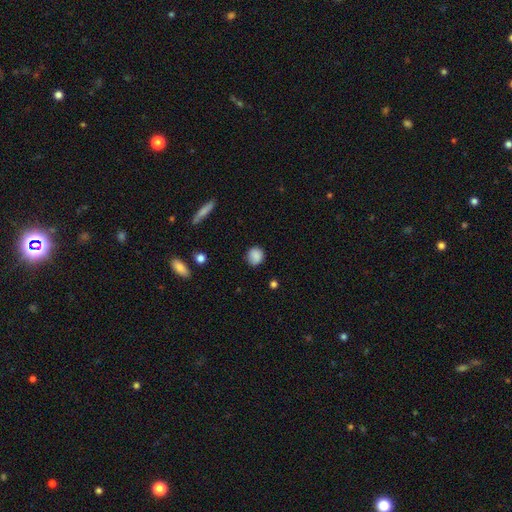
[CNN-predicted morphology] Smooth or featured: smooth — 86% (star or artifact — 8%)
How rounded: round — 85% (in between — 14%)
Merging: none — 82% (minor disturbance — 13%)